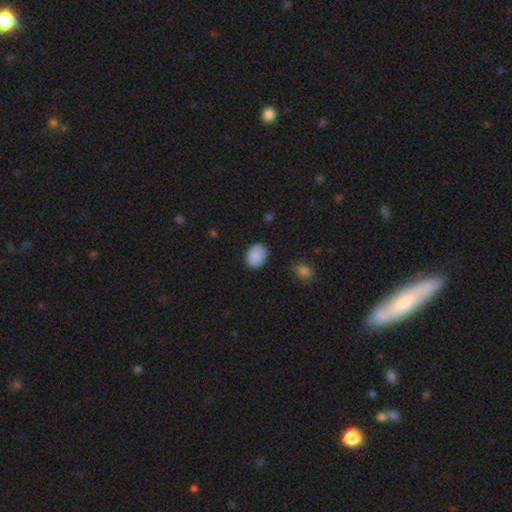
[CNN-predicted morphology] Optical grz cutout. It shows a smooth galaxy with no disk features (89%) that is in between round and cigar-shaped (72%). Merging: none (85%).